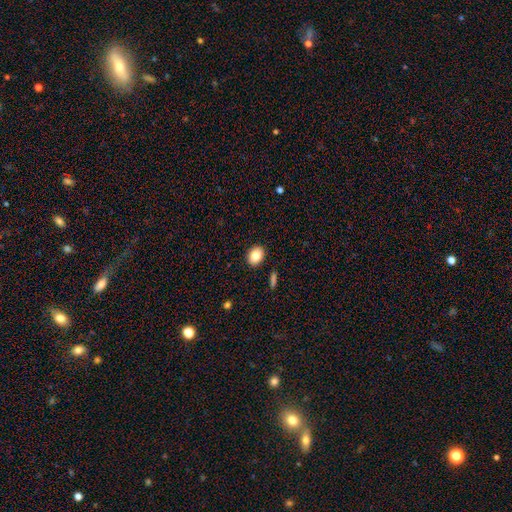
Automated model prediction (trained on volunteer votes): smooth 84%, featured or disk 8%, star or artifact 8%. Down the decision tree: how rounded — in between (63%); merging — none (90%).